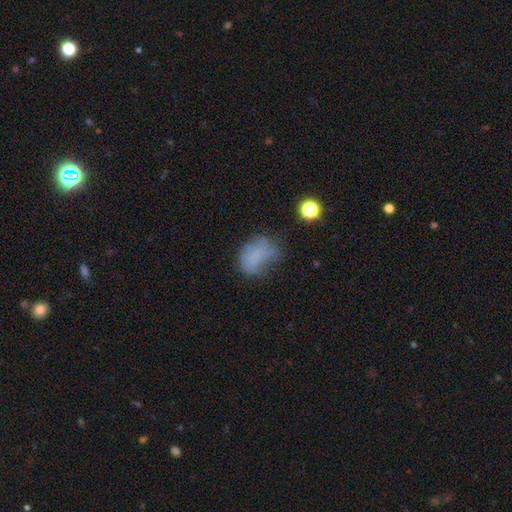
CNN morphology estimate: This appears to be a smooth galaxy with no disk features (62%) that is in between round and cigar-shaped (70%). Merging: none (38%).